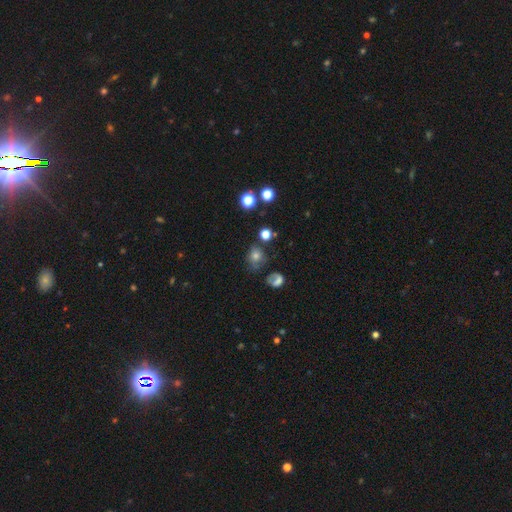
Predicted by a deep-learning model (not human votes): Smooth or featured?
  - smooth: 66% *
  - star or artifact: 19%
  - featured or disk: 15%
How rounded?
  - round: 62% *
  - in between: 37%
  - cigar-shaped: 1%
Merging?
  - none: 55% *
  - minor disturbance: 23%
  - major disturbance: 15%
  - merger: 7%